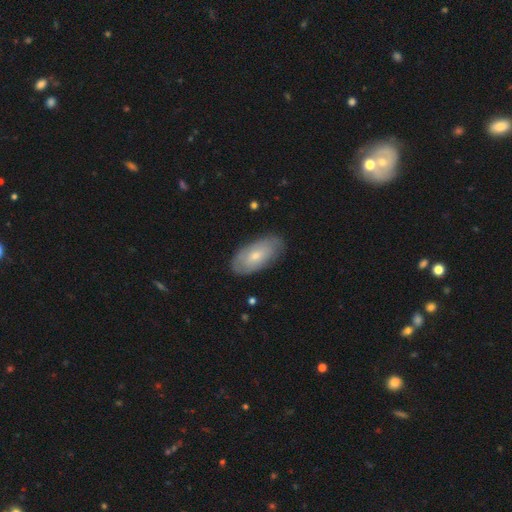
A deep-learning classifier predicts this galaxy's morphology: type=smooth (58%); roundness=in between (93%); merging=none (80%).